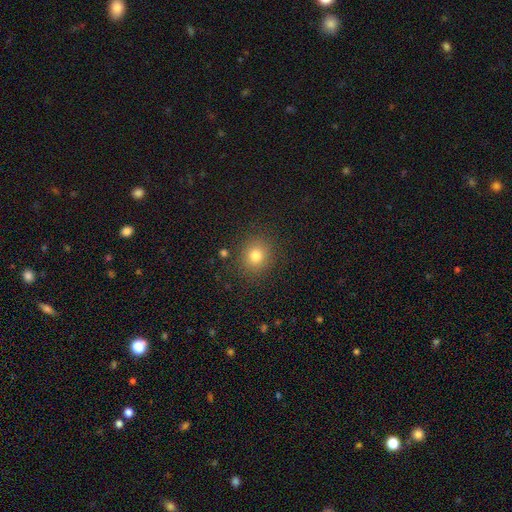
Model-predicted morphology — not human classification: Overall: smooth (78%). How rounded: round (84%). Merging: none (88%).